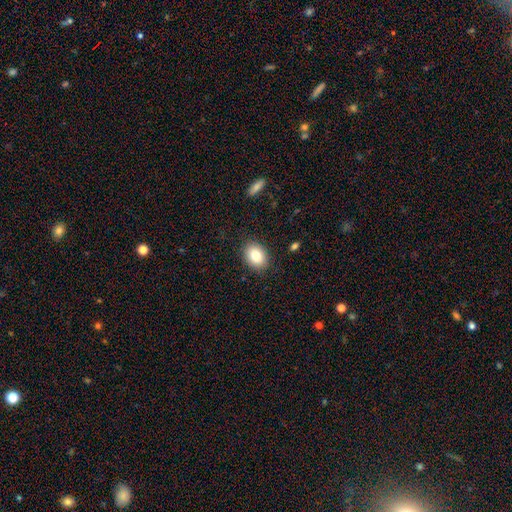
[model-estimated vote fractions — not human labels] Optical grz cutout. It shows a smooth galaxy with no disk features (85%) that is in between round and cigar-shaped (71%). Merging: none (87%).